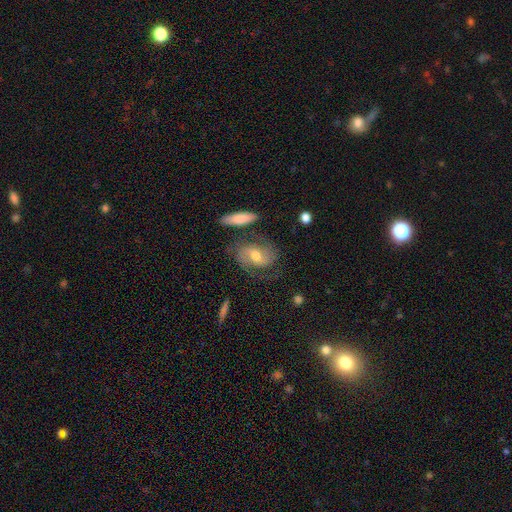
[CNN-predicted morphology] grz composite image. It shows a featured or disk galaxy (74%) with a weak bar (45%), 2 (80%) medium (49%) spiral arms (93%) and a moderate central bulge (69%). Merging: none (67%).